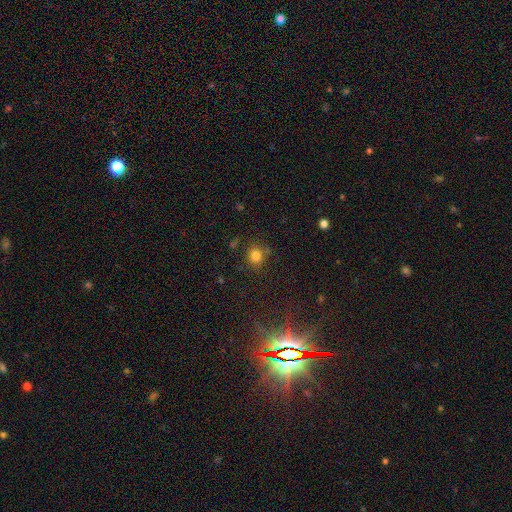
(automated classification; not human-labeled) smooth_or_featured: smooth (p=0.80) [alt: star or artifact p=0.14]
how_rounded: round (p=0.84) [alt: in between p=0.15]
merging: none (p=0.80) [alt: minor disturbance p=0.11]